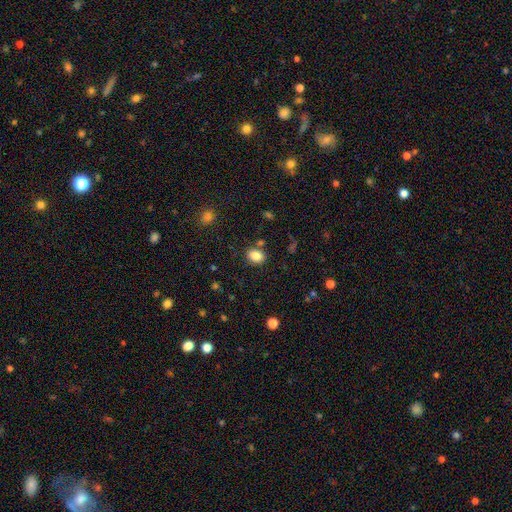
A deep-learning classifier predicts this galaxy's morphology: smooth_or_featured: smooth (p=0.84) [alt: star or artifact p=0.10]
how_rounded: in between (p=0.59) [alt: round p=0.40]
merging: none (p=0.82) [alt: minor disturbance p=0.10]